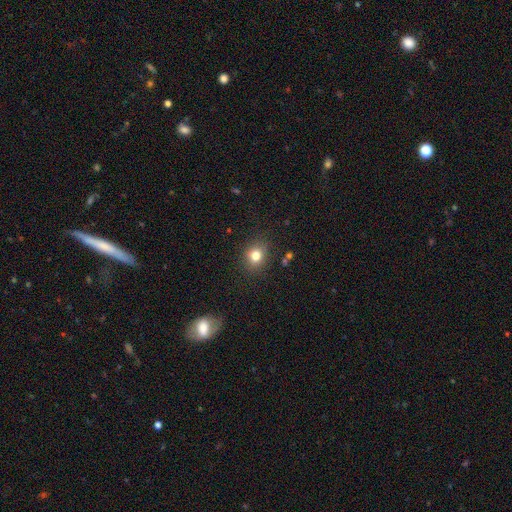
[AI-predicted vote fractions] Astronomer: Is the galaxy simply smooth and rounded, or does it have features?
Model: smooth — 80%.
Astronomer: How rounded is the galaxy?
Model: round — 72%.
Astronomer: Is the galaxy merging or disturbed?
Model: none — 85%.